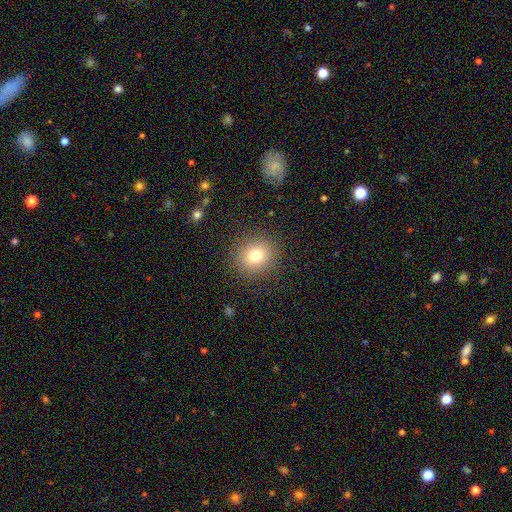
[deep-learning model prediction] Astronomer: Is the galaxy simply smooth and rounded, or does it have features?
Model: smooth — 77%.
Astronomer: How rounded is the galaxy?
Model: round — 86%.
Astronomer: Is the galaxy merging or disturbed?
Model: none — 88%.